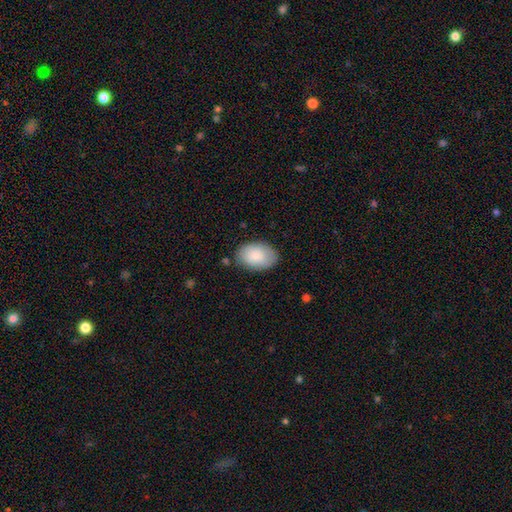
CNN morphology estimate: smooth-or-featured: smooth: 83% | featured or disk: 11% | star or artifact: 6%
  how-rounded: in between: 88% | round: 11% | cigar-shaped: 1%
  merging: none: 80% | minor disturbance: 15% | major disturbance: 3% | merger: 2%